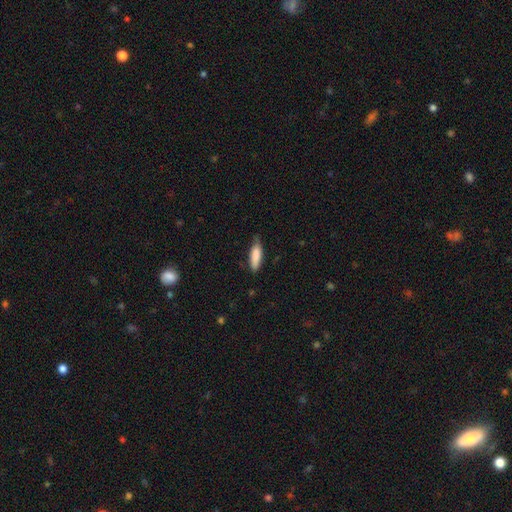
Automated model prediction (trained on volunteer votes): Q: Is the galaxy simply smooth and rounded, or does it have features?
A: smooth — 85%.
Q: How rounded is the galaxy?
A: in between — 52%.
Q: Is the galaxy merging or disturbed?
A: none — 66%.